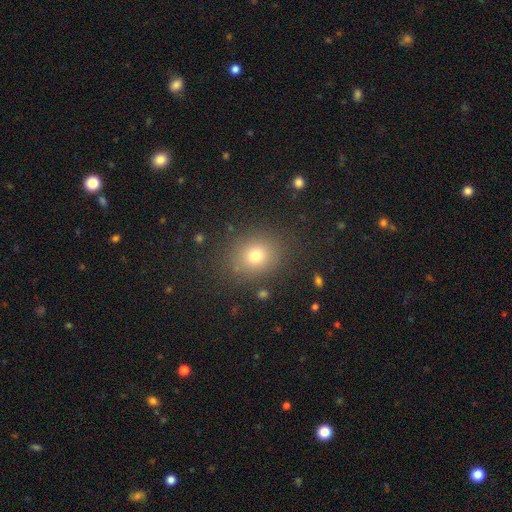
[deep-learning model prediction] The model was most divided on "how rounded": round: 67%, in between: 32%, cigar-shaped: 1%. More confident: merging — none (85%); smooth or featured — smooth (75%).